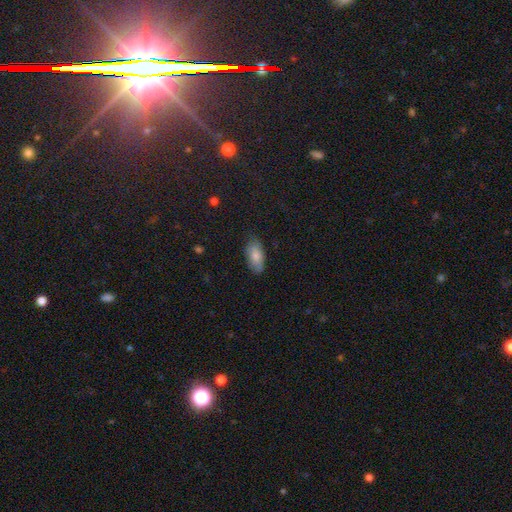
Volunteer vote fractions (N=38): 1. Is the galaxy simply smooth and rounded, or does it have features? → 87% smooth, 11% featured or disk, 3% star or artifact.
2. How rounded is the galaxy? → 88% in between, 9% cigar-shaped, 3% round.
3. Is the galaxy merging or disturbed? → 81% none, 19% minor disturbance, 0% major disturbance, 0% merger.